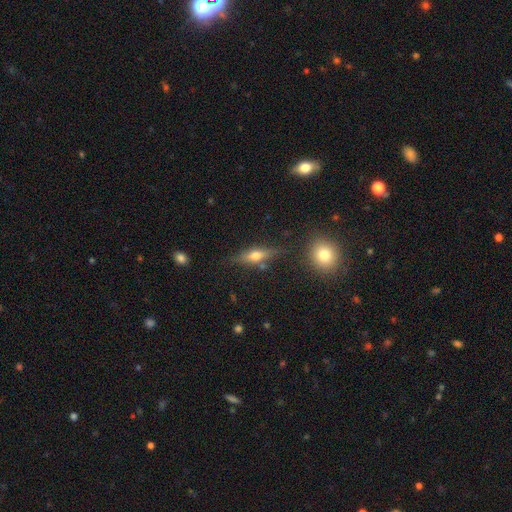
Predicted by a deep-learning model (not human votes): This is possibly a featured or disk galaxy (47%). Merging: likely none (78%).